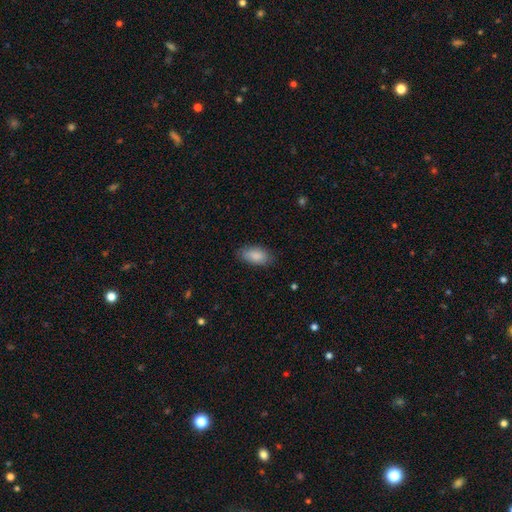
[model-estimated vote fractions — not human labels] Smooth or featured: smooth — 88% (star or artifact — 6%)
How rounded: in between — 93% (cigar-shaped — 4%)
Merging: none — 82% (minor disturbance — 14%)